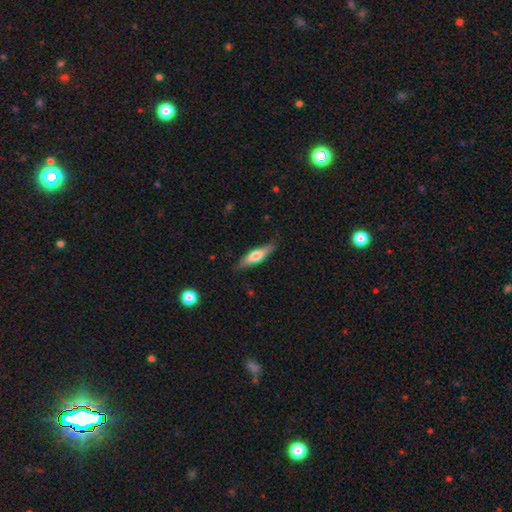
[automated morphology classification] Q: Smooth or featured?
A: smooth (53%); runner-up: featured or disk (41%)
Q: How rounded?
A: cigar-shaped (72%); runner-up: in between (26%)
Q: Merging?
A: none (81%); runner-up: minor disturbance (15%)